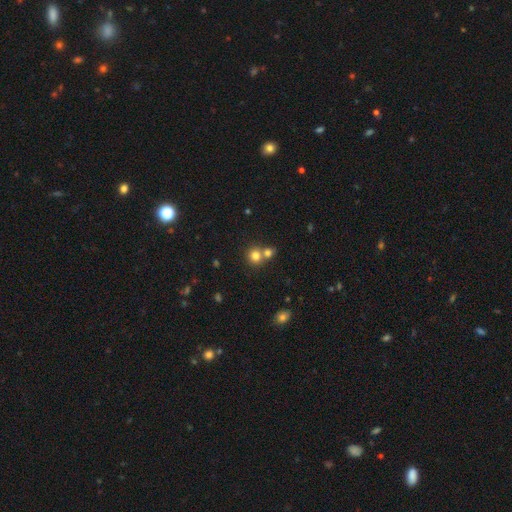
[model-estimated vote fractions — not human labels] This appears to be a smooth galaxy with no disk features (79%) that is round (86%). Merging: none (49%).